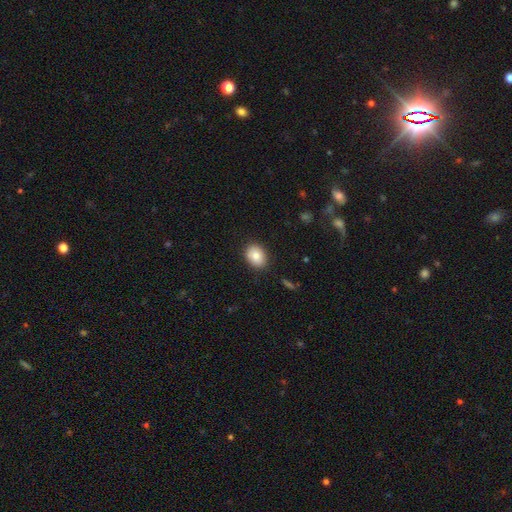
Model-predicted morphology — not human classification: Smooth or featured?
  - smooth: 83% *
  - featured or disk: 9%
  - star or artifact: 8%
How rounded?
  - in between: 66% *
  - round: 33%
  - cigar-shaped: 1%
Merging?
  - none: 87% *
  - minor disturbance: 10%
  - major disturbance: 2%
  - merger: 1%